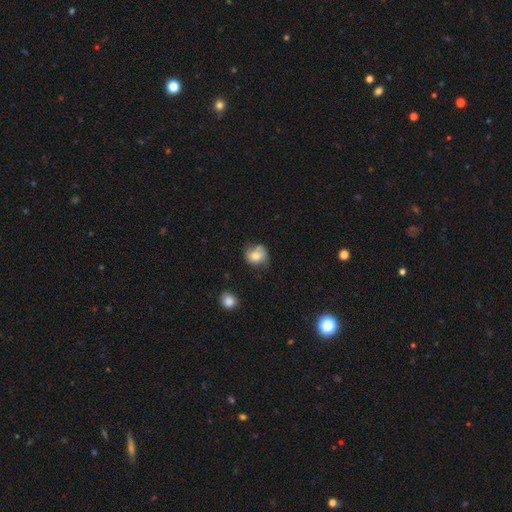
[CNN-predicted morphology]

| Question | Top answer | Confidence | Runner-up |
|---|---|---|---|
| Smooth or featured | smooth | 74% | featured or disk (17%) |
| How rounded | round | 71% | in between (28%) |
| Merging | none | 54% | minor disturbance (29%) |